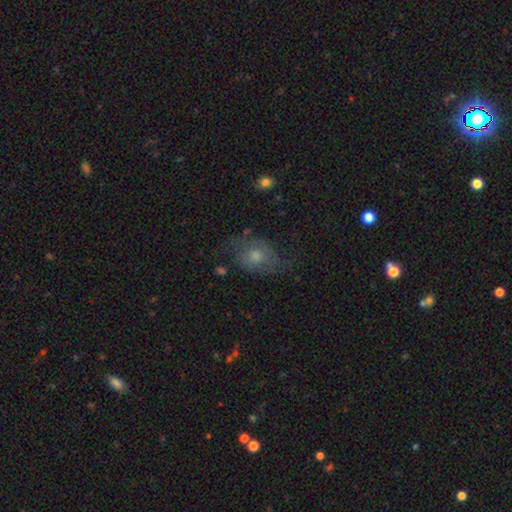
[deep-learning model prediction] Smooth or featured?
  - featured or disk: 46% *
  - smooth: 38%
  - star or artifact: 16%
Merging?
  - none: 56% *
  - minor disturbance: 25%
  - major disturbance: 17%
  - merger: 2%